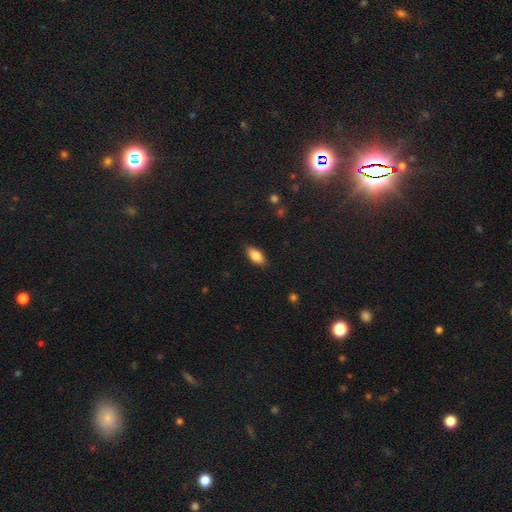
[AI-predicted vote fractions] This appears to be a smooth galaxy with no disk features (82%) that is in between round and cigar-shaped (89%). Merging: none (85%).